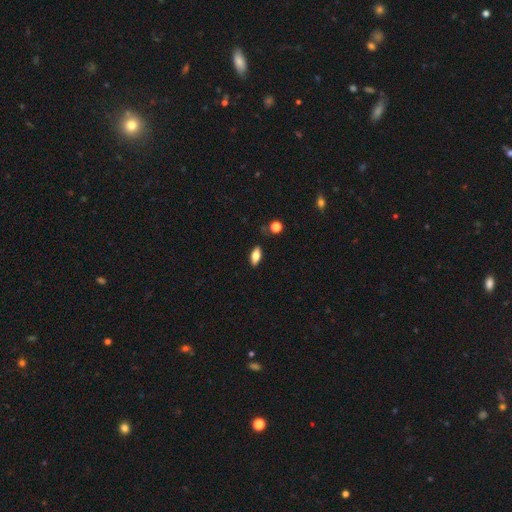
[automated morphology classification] smooth-or-featured: smooth: 72% | featured or disk: 21% | star or artifact: 7%
  how-rounded: in between: 84% | cigar-shaped: 13% | round: 4%
  merging: none: 82% | minor disturbance: 13% | major disturbance: 3% | merger: 2%